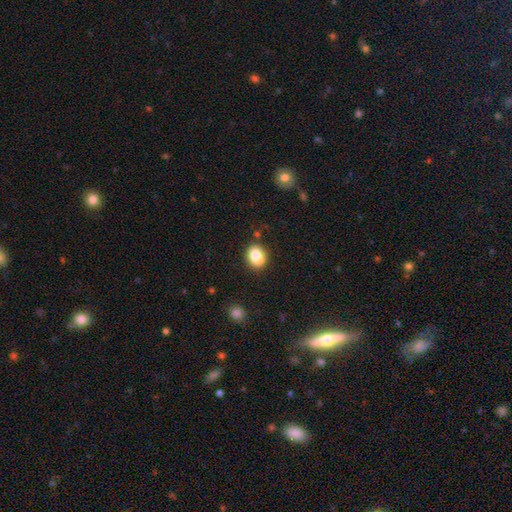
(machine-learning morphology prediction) Q: Smooth or featured?
A: smooth (84%); runner-up: star or artifact (9%)
Q: How rounded?
A: in between (54%); runner-up: round (45%)
Q: Merging?
A: none (85%); runner-up: minor disturbance (10%)